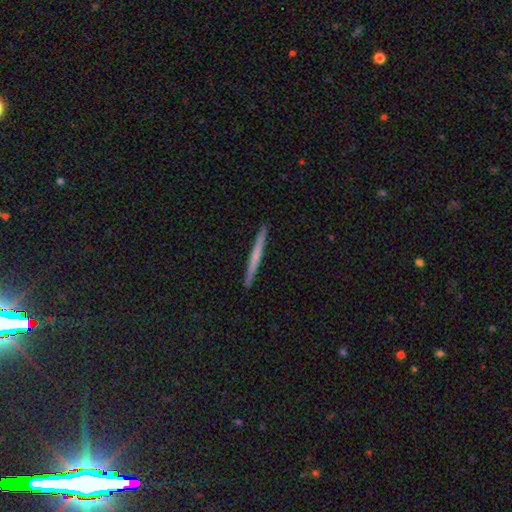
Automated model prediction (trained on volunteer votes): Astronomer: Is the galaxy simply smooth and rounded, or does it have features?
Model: smooth — 48% (runner-up: featured or disk, 46%).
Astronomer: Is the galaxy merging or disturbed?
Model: none — 93%.